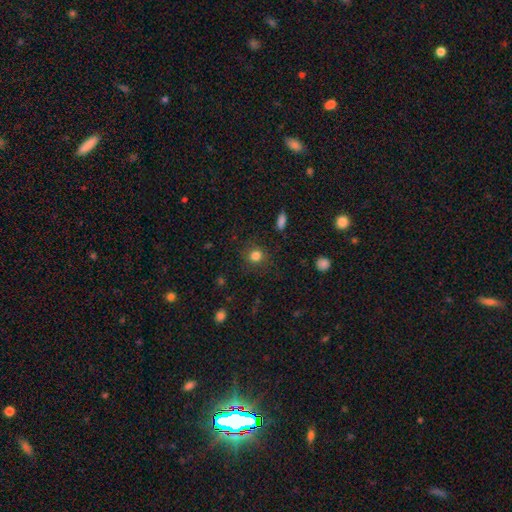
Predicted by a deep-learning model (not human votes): This appears to be a smooth galaxy with no disk features (81%) that is round (87%). Merging: none (85%).